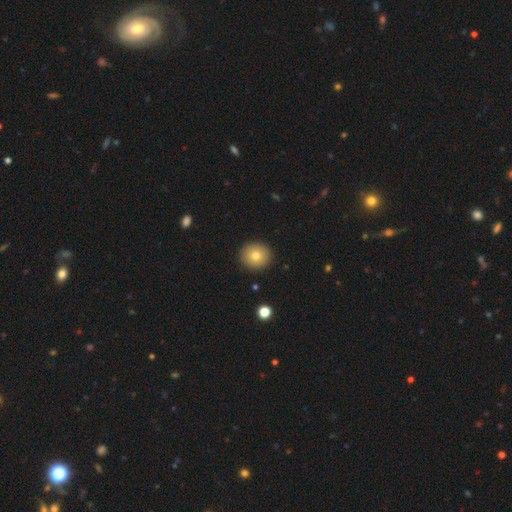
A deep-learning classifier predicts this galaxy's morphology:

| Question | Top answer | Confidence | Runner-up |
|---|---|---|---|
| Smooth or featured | smooth | 78% | featured or disk (12%) |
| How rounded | round | 88% | in between (11%) |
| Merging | none | 91% | minor disturbance (6%) |